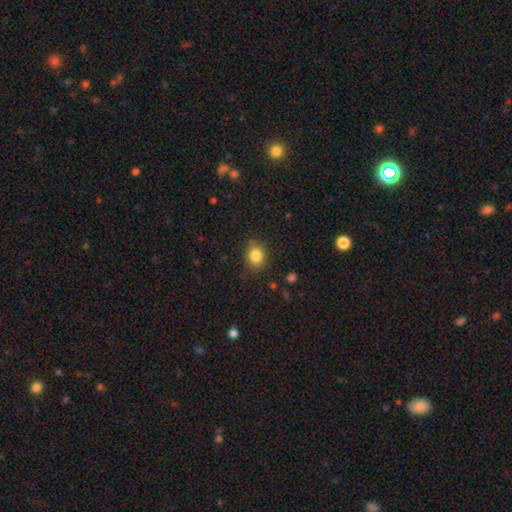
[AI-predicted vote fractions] Smooth or featured: smooth — 83% (star or artifact — 11%)
How rounded: round — 59% (in between — 40%)
Merging: none — 84% (minor disturbance — 12%)